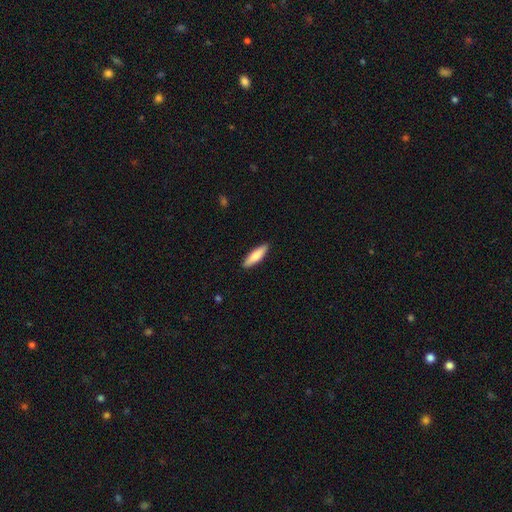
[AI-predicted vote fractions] smooth-or-featured: smooth: 76% | featured or disk: 19% | star or artifact: 5%
  how-rounded: cigar-shaped: 66% | in between: 32% | round: 2%
  merging: none: 90% | minor disturbance: 8% | major disturbance: 2% | merger: 1%